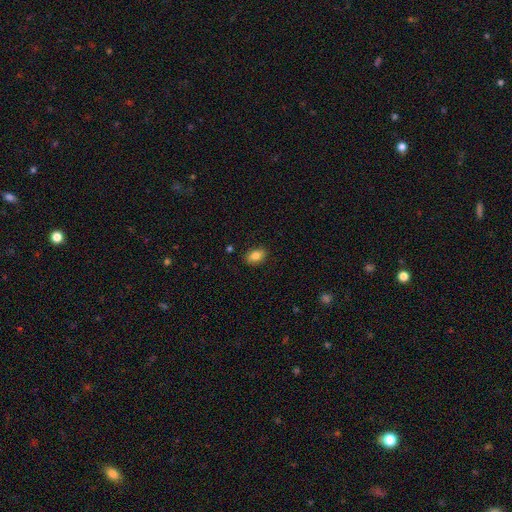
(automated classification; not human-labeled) Smooth or featured? Predicted: smooth (p=0.81). How rounded? Predicted: in between (p=0.85). Merging? Predicted: none (p=0.86).